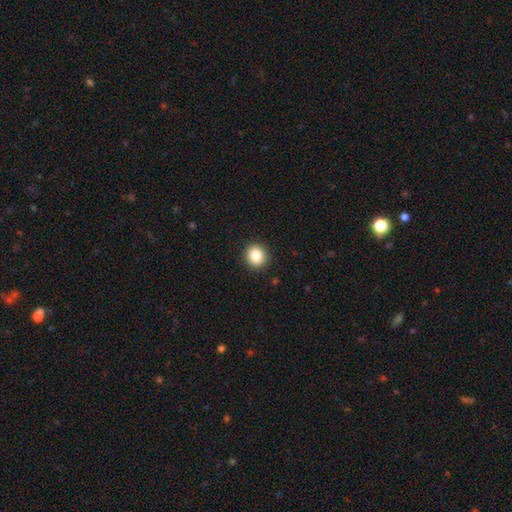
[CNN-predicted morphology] smooth-or-featured: smooth: 85% | star or artifact: 10% | featured or disk: 6%
  how-rounded: round: 85% | in between: 14% | cigar-shaped: 1%
  merging: none: 92% | minor disturbance: 6% | major disturbance: 2% | merger: 1%